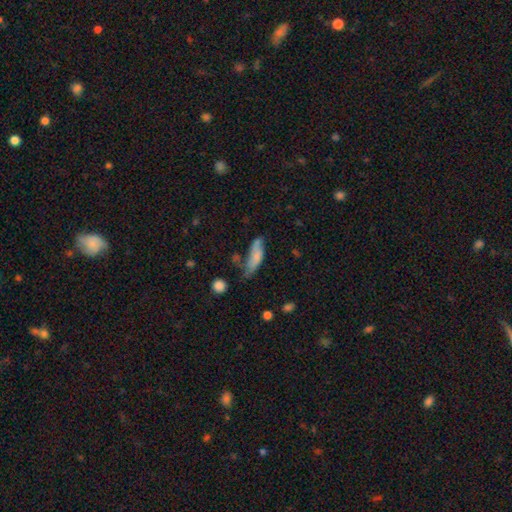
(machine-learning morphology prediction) type=smooth (66%); roundness=in between (51%); merging=none (39%).